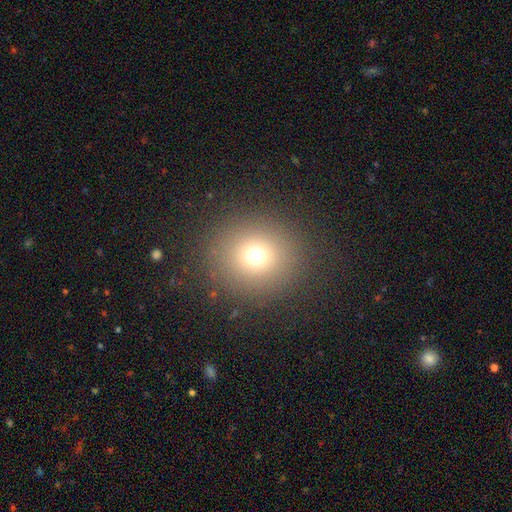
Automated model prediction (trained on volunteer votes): This is likely a smooth galaxy (69%). How rounded: clearly round (90%). Merging: clearly none (88%).